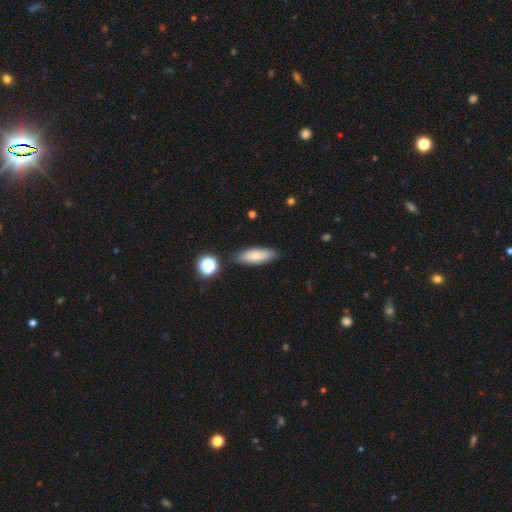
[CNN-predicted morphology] smooth 77%, featured or disk 15%, star or artifact 8%. Down the decision tree: how rounded — in between (61%); merging — none (85%).